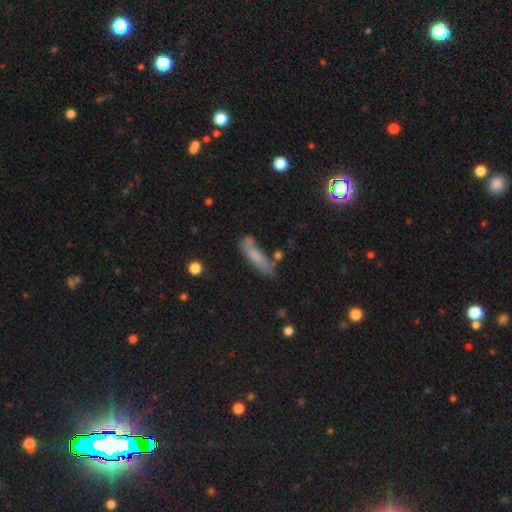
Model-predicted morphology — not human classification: smooth-or-featured: smooth: 67% | featured or disk: 23% | star or artifact: 11%
  how-rounded: cigar-shaped: 67% | in between: 30% | round: 3%
  merging: none: 62% | minor disturbance: 22% | merger: 8% | major disturbance: 7%